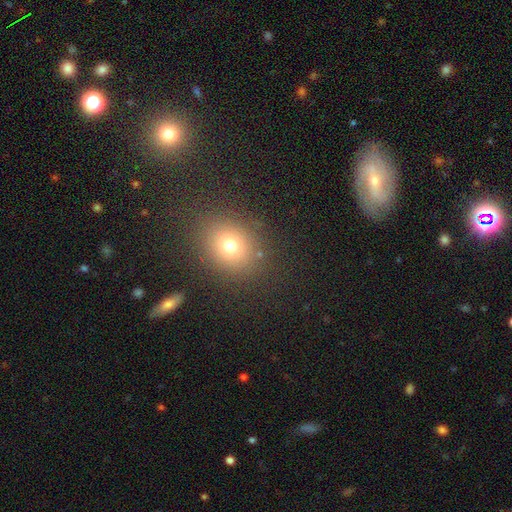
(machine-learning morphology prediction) smooth_or_featured: smooth (p=0.63) [alt: star or artifact p=0.25]
how_rounded: round (p=0.59) [alt: in between p=0.39]
merging: none (p=0.87) [alt: minor disturbance p=0.08]